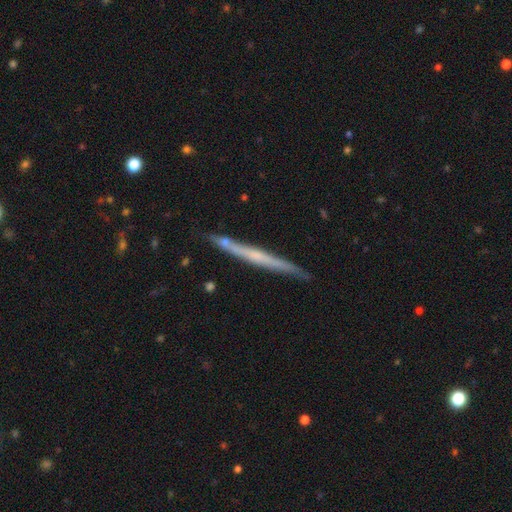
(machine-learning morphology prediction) A featured or disk galaxy (64%) viewed edge-on (97%) with no central bulge (69%). Merging: none (85%).